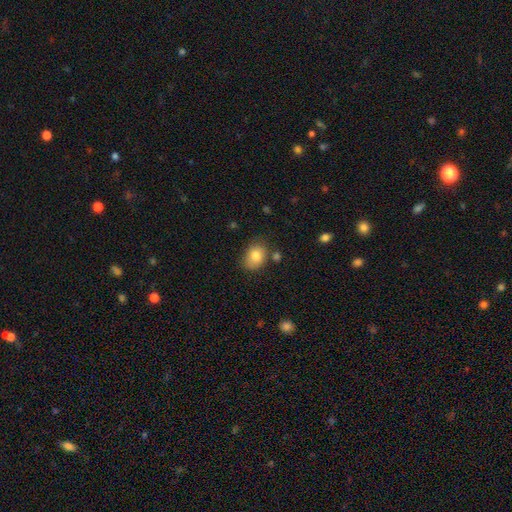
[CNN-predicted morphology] Q: Smooth or featured?
A: smooth (83%); runner-up: featured or disk (9%)
Q: How rounded?
A: in between (64%); runner-up: round (35%)
Q: Merging?
A: none (71%); runner-up: minor disturbance (19%)